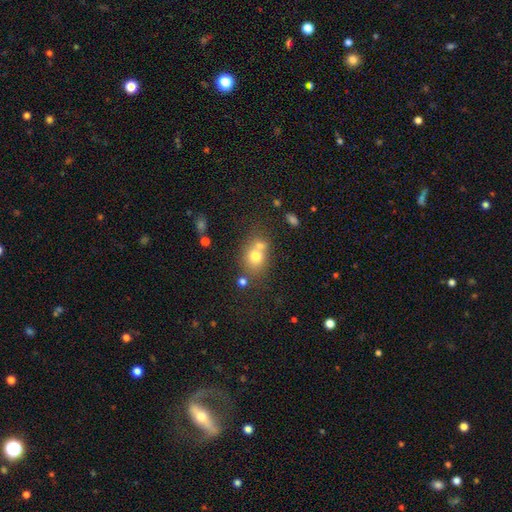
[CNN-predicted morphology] smooth-or-featured: smooth: 71% | featured or disk: 16% | star or artifact: 13%
  how-rounded: round: 61% | in between: 38% | cigar-shaped: 1%
  merging: none: 45% | merger: 40% | minor disturbance: 11% | major disturbance: 5%